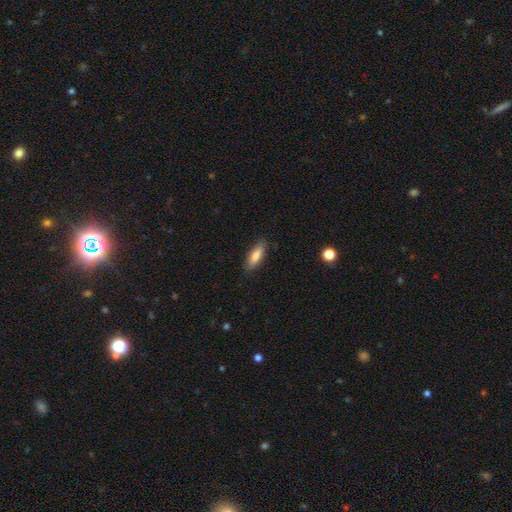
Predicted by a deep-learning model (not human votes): This appears to be a smooth galaxy with no disk features (79%) that is in between round and cigar-shaped (54%). Merging: none (86%).